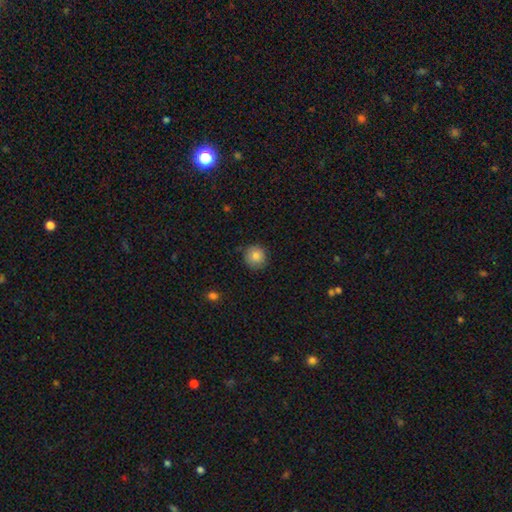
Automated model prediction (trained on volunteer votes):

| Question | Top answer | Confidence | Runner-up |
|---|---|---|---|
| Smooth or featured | smooth | 84% | star or artifact (10%) |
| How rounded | round | 93% | in between (6%) |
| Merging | none | 87% | minor disturbance (9%) |